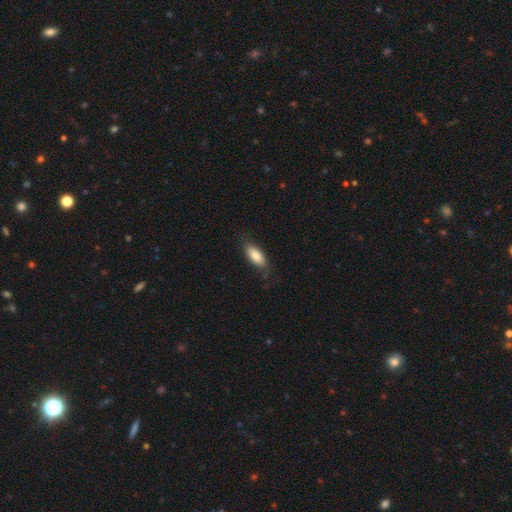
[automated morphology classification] This is clearly a smooth galaxy (84%). How rounded: likely in between (80%). Merging: likely none (77%).